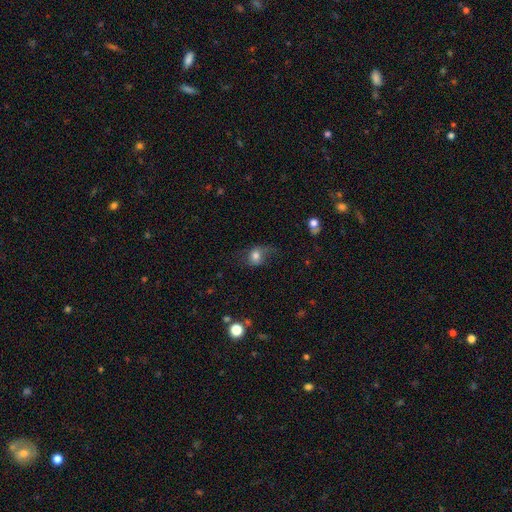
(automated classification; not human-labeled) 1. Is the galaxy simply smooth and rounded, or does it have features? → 63% smooth, 26% featured or disk, 11% star or artifact.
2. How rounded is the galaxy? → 50% round, 48% in between, 2% cigar-shaped.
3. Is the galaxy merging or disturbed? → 44% none, 28% major disturbance, 26% minor disturbance, 2% merger.